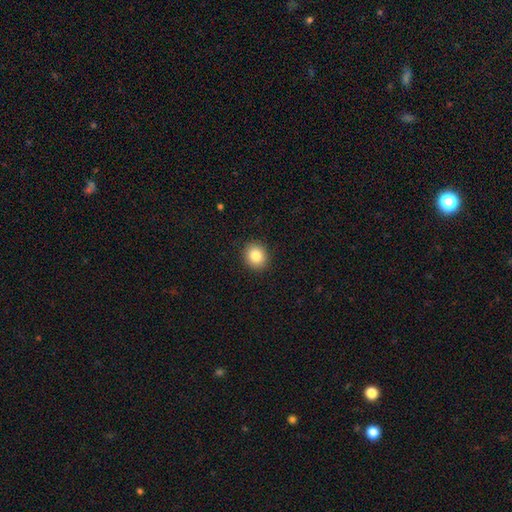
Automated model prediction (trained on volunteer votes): Smooth or featured?
  - smooth: 84% *
  - star or artifact: 10%
  - featured or disk: 7%
How rounded?
  - round: 74% *
  - in between: 25%
  - cigar-shaped: 1%
Merging?
  - none: 91% *
  - minor disturbance: 6%
  - major disturbance: 2%
  - merger: 1%